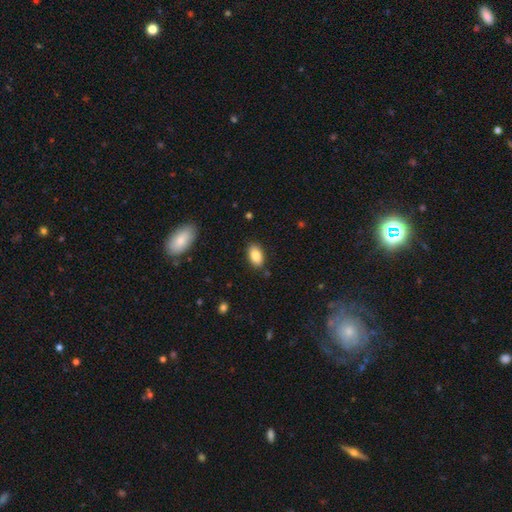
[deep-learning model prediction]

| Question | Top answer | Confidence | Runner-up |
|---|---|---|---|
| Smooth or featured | smooth | 86% | star or artifact (8%) |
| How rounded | in between | 93% | round (5%) |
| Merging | none | 85% | minor disturbance (11%) |